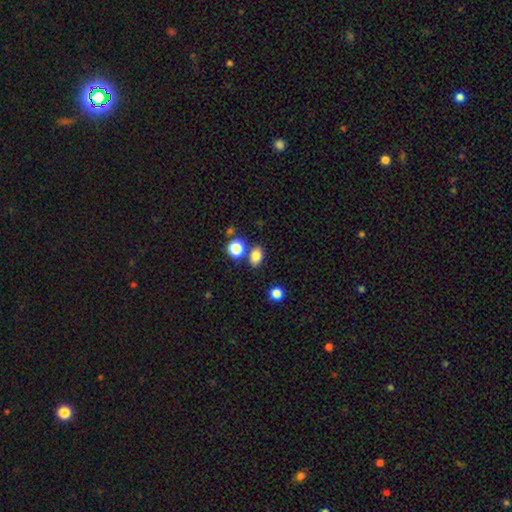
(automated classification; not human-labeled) Smooth or featured: smooth — 82% (star or artifact — 12%)
How rounded: in between — 69% (round — 30%)
Merging: none — 72% (merger — 14%)